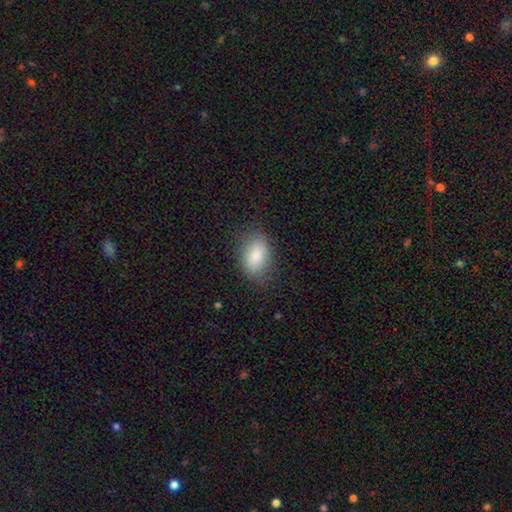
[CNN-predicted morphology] smooth-or-featured: smooth: 87% | star or artifact: 7% | featured or disk: 6%
  how-rounded: in between: 89% | round: 9% | cigar-shaped: 2%
  merging: none: 80% | minor disturbance: 14% | major disturbance: 5% | merger: 1%